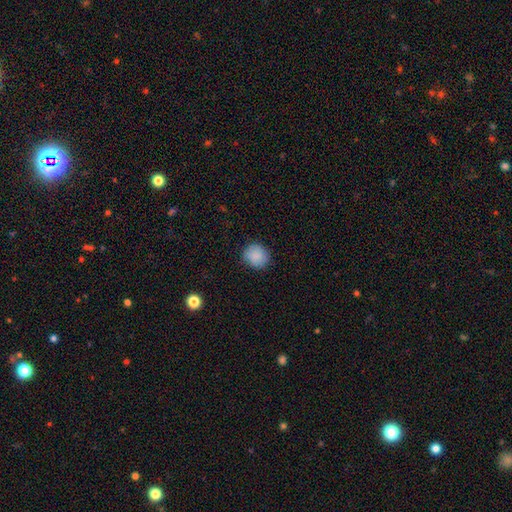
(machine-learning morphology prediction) A smooth galaxy with no disk features (88%) that is round (83%).

Vote fractions:
- Smooth or featured? smooth: 88% / star or artifact: 8% / featured or disk: 5%
- How rounded? round: 83% / in between: 16% / cigar-shaped: 1%
- Merging? none: 83% / minor disturbance: 13% / major disturbance: 3% / merger: 1%